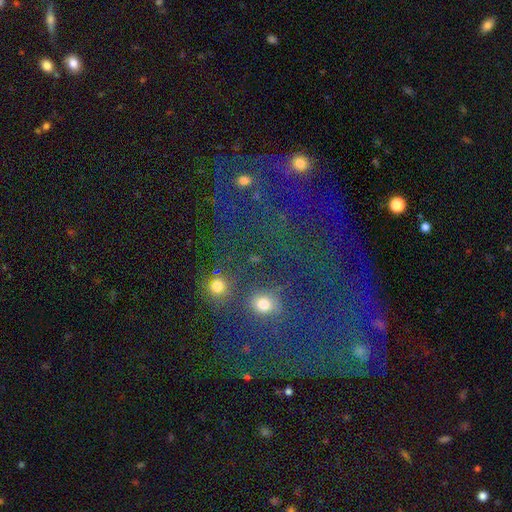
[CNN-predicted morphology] A star or artifact, not a galaxy (48%).

Vote fractions:
- Smooth or featured? star or artifact: 48% / featured or disk: 29% / smooth: 22%